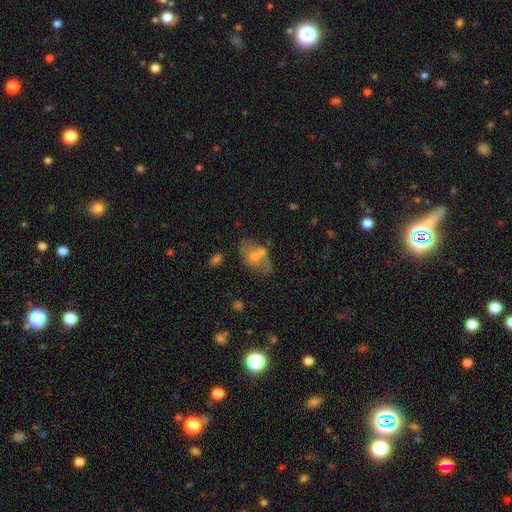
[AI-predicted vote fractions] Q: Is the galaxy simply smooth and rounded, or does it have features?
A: smooth — 46%.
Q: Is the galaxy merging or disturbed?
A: none — 45%.